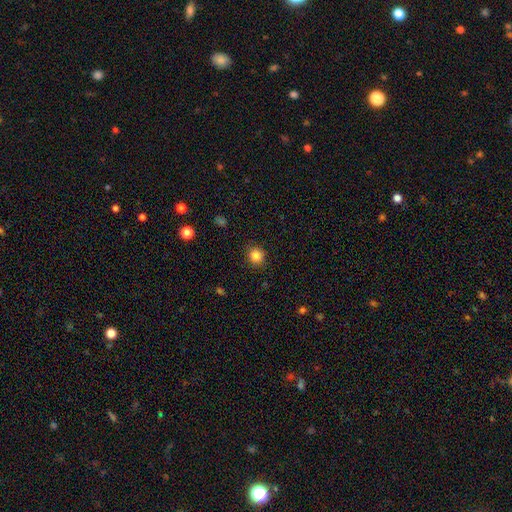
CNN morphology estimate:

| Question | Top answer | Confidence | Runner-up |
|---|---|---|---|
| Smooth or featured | smooth | 84% | star or artifact (11%) |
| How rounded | round | 88% | in between (11%) |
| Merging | none | 89% | minor disturbance (8%) |